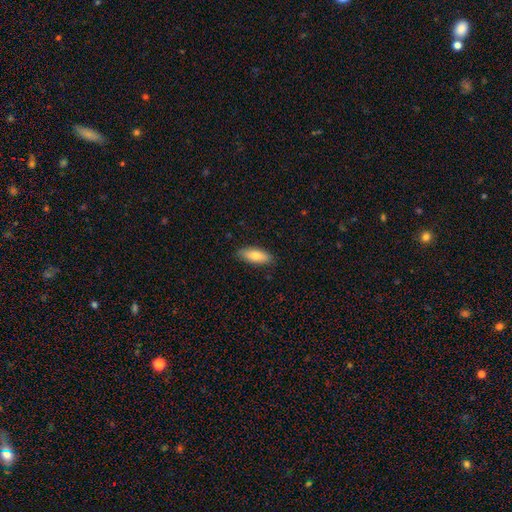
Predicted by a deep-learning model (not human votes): The model was most divided on "how rounded": in between: 74%, cigar-shaped: 24%, round: 2%. More confident: merging — none (85%); smooth or featured — smooth (79%).